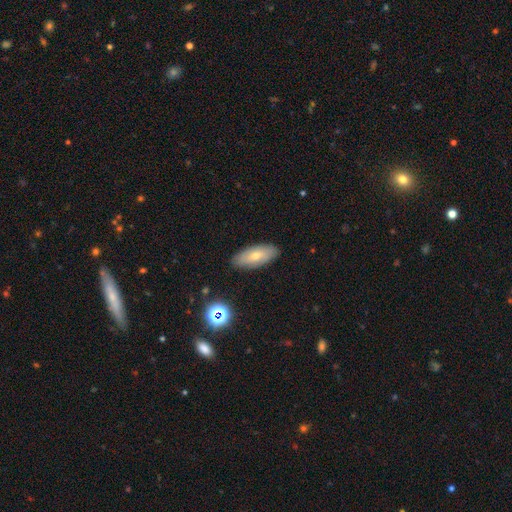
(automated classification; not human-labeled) Q: Smooth or featured?
A: smooth (59%); runner-up: featured or disk (32%)
Q: How rounded?
A: in between (76%); runner-up: cigar-shaped (21%)
Q: Merging?
A: none (88%); runner-up: minor disturbance (9%)